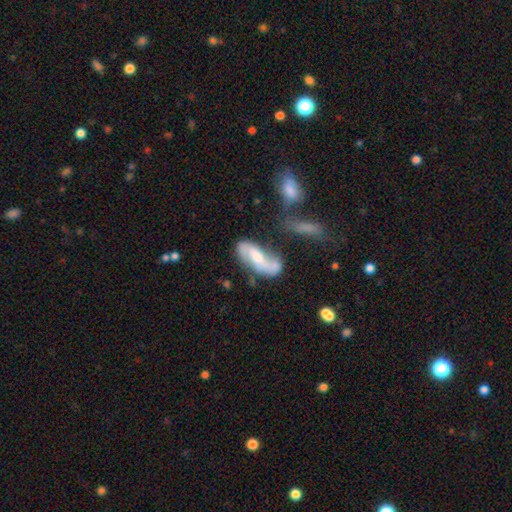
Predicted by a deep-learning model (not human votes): Smooth or featured: featured or disk — 66% (smooth — 26%)
Edge-on disk: no — 90% (yes — 10%)
Bar: no — 45% (weak — 38%)
Spiral arms: yes — 84% (no — 16%)
Spiral winding: loose — 46% (medium — 37%)
Spiral arm count: 2 — 83% (can't tell — 10%)
Bulge size: moderate — 53% (small — 26%)
Merging: none — 49% (minor disturbance — 20%)